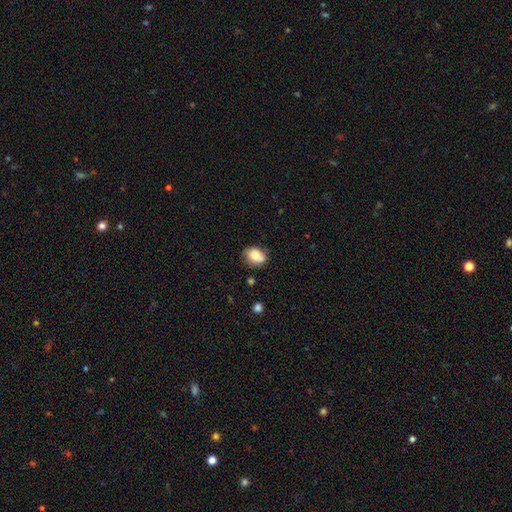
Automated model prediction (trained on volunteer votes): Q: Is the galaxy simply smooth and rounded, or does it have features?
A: smooth — 74%.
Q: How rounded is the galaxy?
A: in between — 60%.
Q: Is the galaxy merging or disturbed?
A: none — 64%.